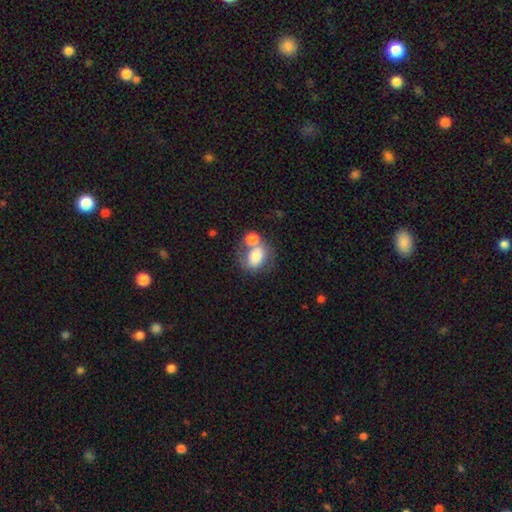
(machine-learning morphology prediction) Smooth or featured? smooth (75%)
How rounded? in between (69%)
Merging? merger (45%)